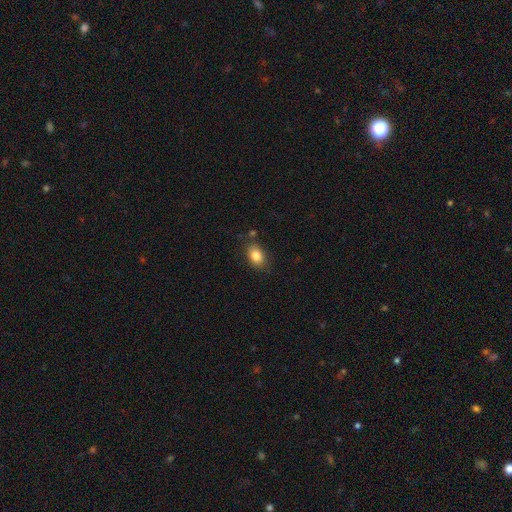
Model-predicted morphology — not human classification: Q: Smooth or featured?
A: smooth (83%); runner-up: star or artifact (9%)
Q: How rounded?
A: in between (81%); runner-up: round (18%)
Q: Merging?
A: none (80%); runner-up: minor disturbance (14%)